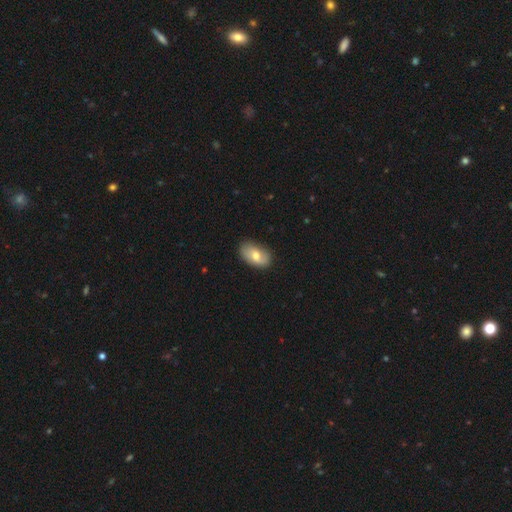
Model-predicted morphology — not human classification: Smooth or featured?
  - smooth: 64% *
  - featured or disk: 29%
  - star or artifact: 7%
How rounded?
  - in between: 91% *
  - round: 7%
  - cigar-shaped: 2%
Merging?
  - none: 79% *
  - minor disturbance: 17%
  - major disturbance: 4%
  - merger: 1%